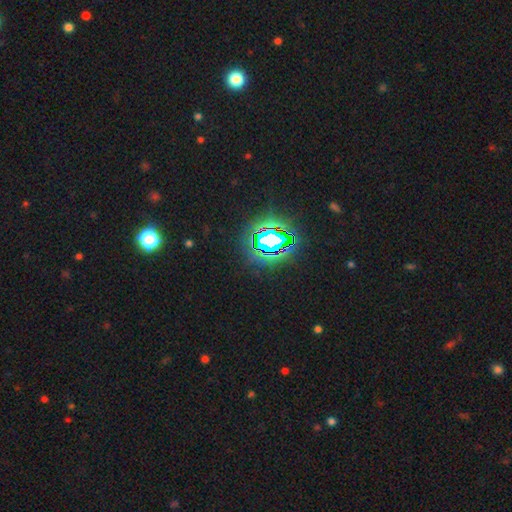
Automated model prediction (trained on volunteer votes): This is clearly a star or artifact rather than a galaxy (83%).